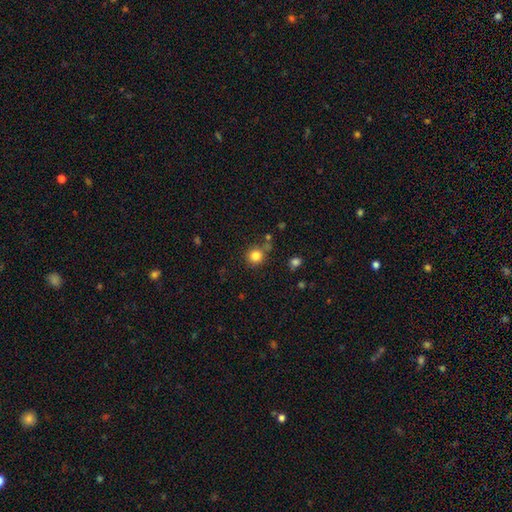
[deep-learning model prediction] Smooth or featured: smooth — 82% (star or artifact — 12%)
How rounded: round — 91% (in between — 8%)
Merging: none — 76% (minor disturbance — 11%)